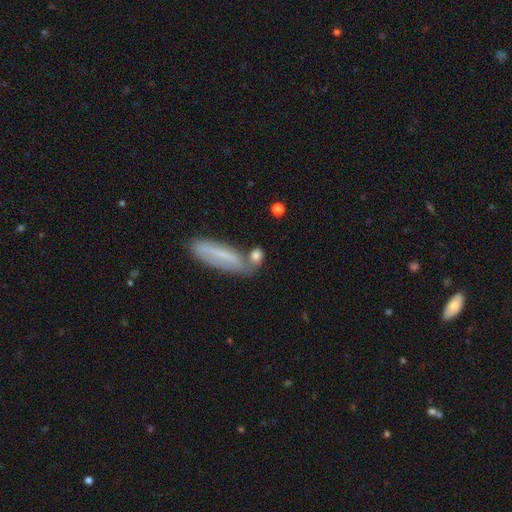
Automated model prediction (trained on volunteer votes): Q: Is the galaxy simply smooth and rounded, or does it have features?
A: smooth — 75%.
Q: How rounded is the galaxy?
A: in between — 50%.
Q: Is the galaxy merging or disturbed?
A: none — 48%.